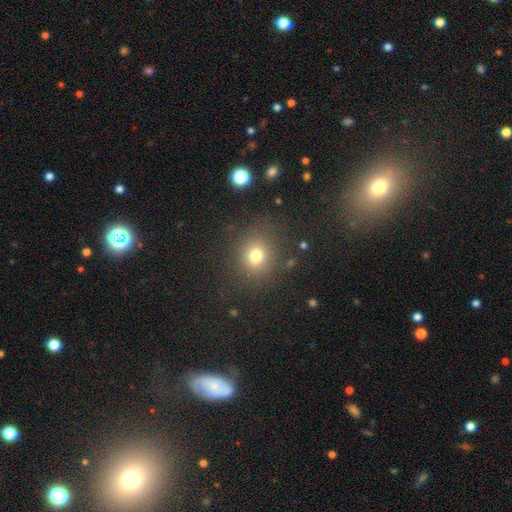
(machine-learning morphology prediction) This is likely a smooth galaxy (74%). How rounded: likely round (79%). Merging: clearly none (84%).